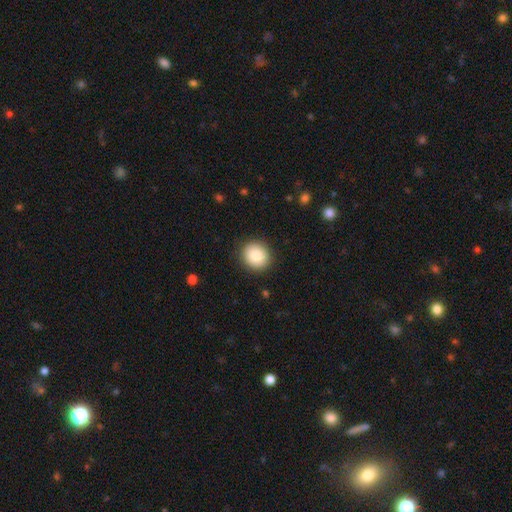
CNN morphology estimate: Smooth or featured?
  - smooth: 88% *
  - star or artifact: 8%
  - featured or disk: 5%
How rounded?
  - round: 84% *
  - in between: 15%
  - cigar-shaped: 1%
Merging?
  - none: 91% *
  - minor disturbance: 6%
  - major disturbance: 2%
  - merger: 1%